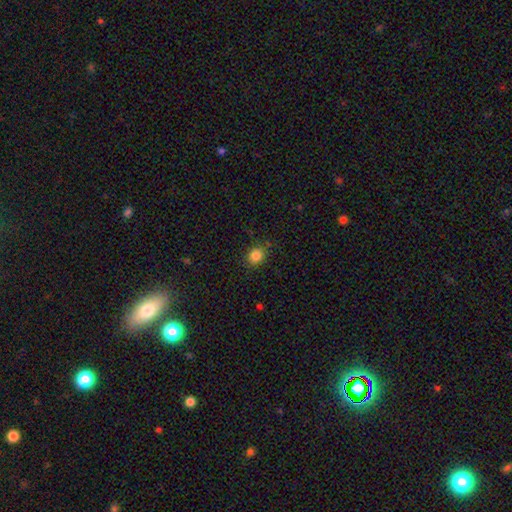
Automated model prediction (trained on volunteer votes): Q: Smooth or featured?
A: smooth (84%); runner-up: star or artifact (11%)
Q: How rounded?
A: round (73%); runner-up: in between (26%)
Q: Merging?
A: none (84%); runner-up: minor disturbance (12%)